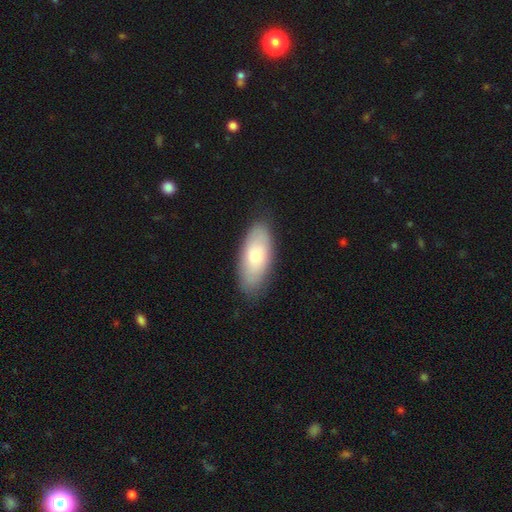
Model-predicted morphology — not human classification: Smooth or featured? Predicted: smooth (p=0.70). How rounded? Predicted: in between (p=0.87). Merging? Predicted: none (p=0.83).